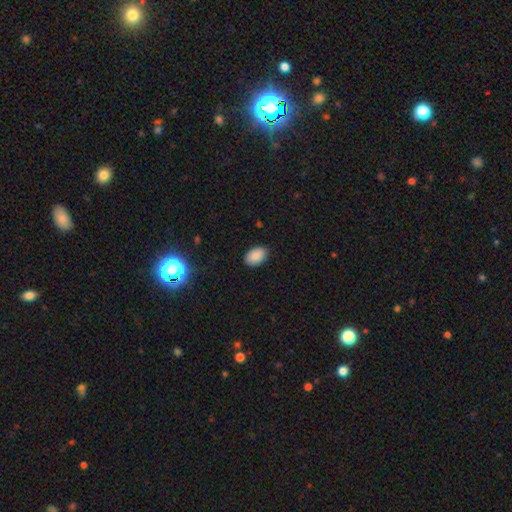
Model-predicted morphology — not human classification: The model was most divided on "how rounded": in between: 87%, round: 12%, cigar-shaped: 1%. More confident: merging — none (87%); smooth or featured — smooth (85%).